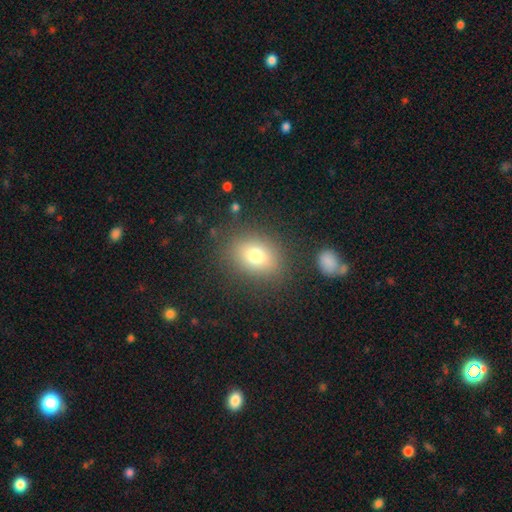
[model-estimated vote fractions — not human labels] smooth-or-featured: smooth: 76% | featured or disk: 12% | star or artifact: 12%
  how-rounded: in between: 59% | round: 39% | cigar-shaped: 1%
  merging: none: 82% | minor disturbance: 11% | major disturbance: 4% | merger: 3%